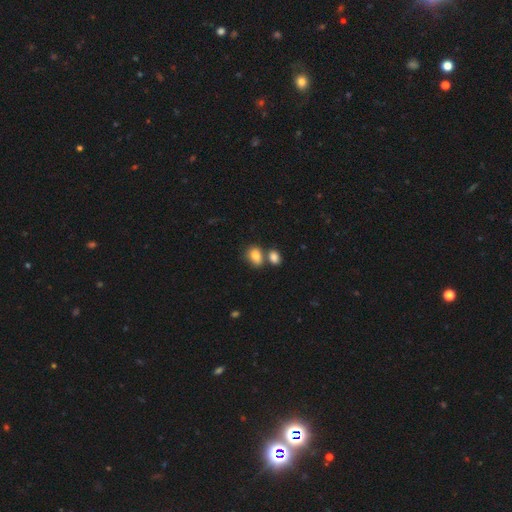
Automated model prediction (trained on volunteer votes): Q: Smooth or featured?
A: smooth (82%); runner-up: star or artifact (9%)
Q: How rounded?
A: in between (66%); runner-up: round (32%)
Q: Merging?
A: none (47%); runner-up: merger (37%)